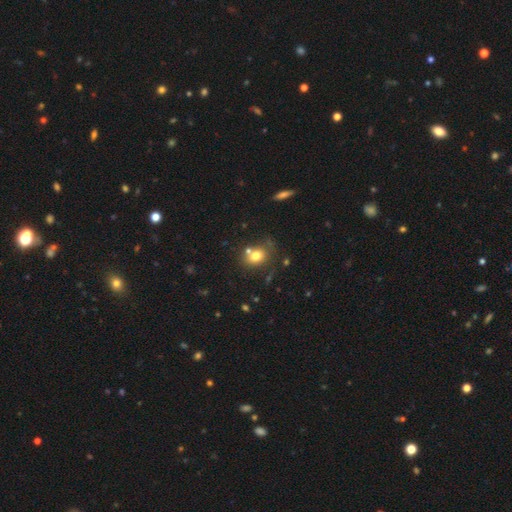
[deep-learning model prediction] Smooth or featured? smooth (74%)
How rounded? round (54%)
Merging? none (59%)